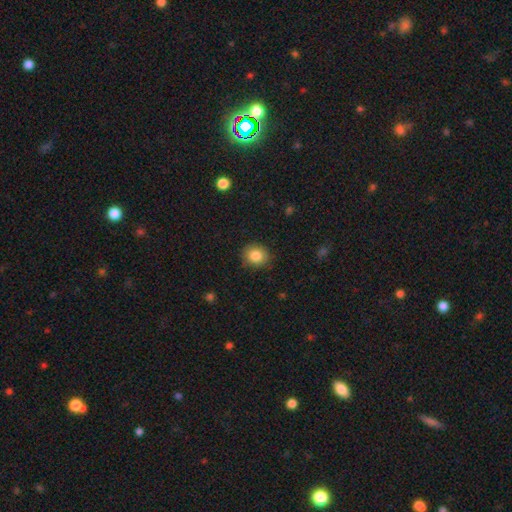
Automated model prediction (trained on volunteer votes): smooth 85%, star or artifact 9%, featured or disk 6%. Down the decision tree: how rounded — round (75%); merging — none (87%).